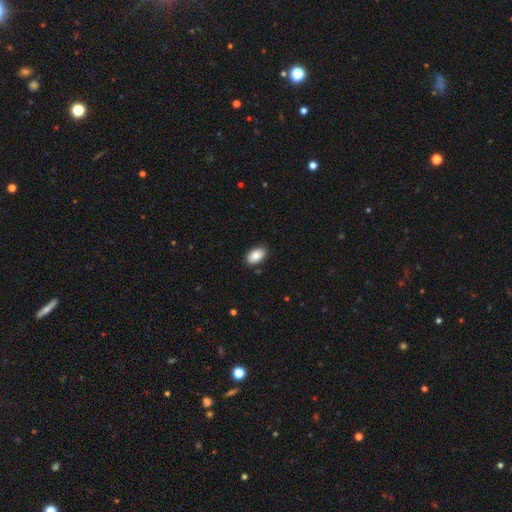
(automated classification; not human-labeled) smooth 88%, star or artifact 7%, featured or disk 5%. Down the decision tree: how rounded — in between (93%); merging — none (87%).